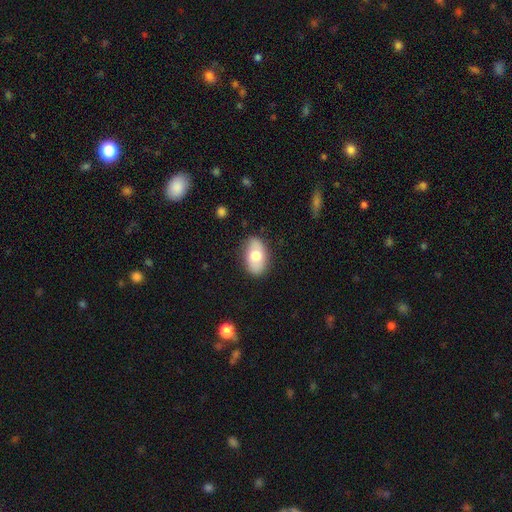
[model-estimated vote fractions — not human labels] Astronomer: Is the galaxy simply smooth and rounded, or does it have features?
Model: smooth — 68%.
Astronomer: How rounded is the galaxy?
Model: in between — 92%.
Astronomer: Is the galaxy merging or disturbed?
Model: none — 84%.